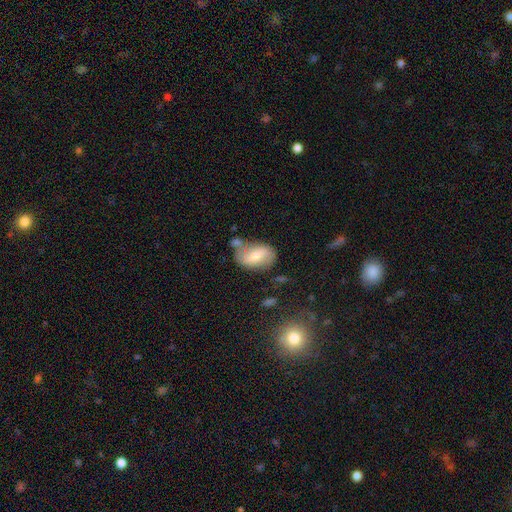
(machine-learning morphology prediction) A smooth galaxy with no disk features (57%) that is in between round and cigar-shaped (87%). Merging: none (53%).